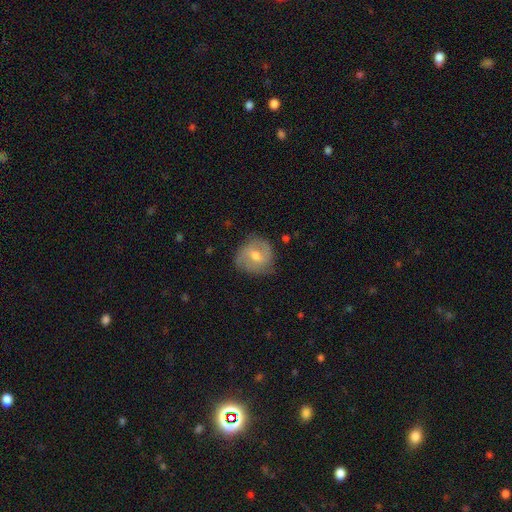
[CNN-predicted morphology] A featured or disk galaxy (54%) with a weak bar (49%), spiral arms (77%) and a moderate central bulge (68%). Merging: none (72%).